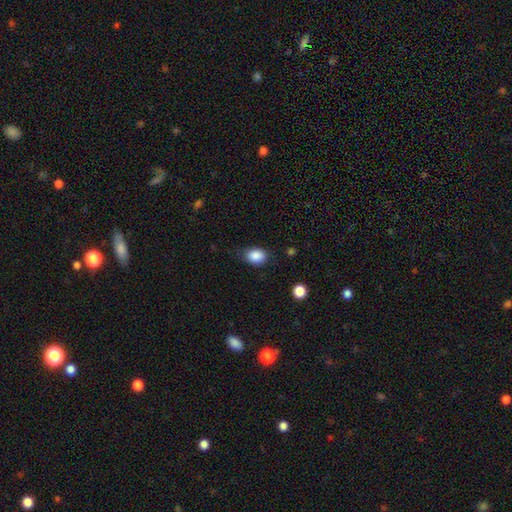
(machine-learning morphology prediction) Overall: smooth (87%). How rounded: in between (73%). Merging: none (76%).